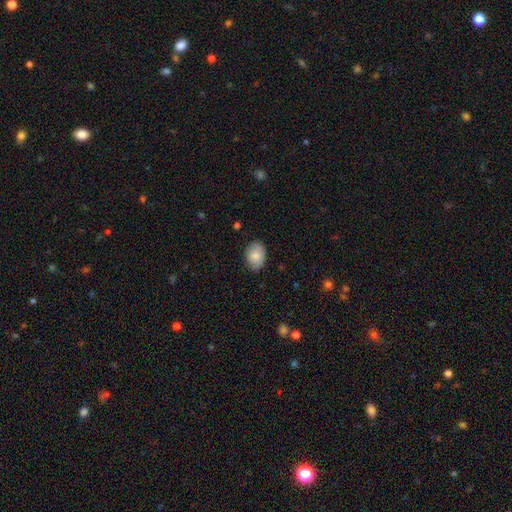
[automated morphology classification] Smooth or featured? Predicted: smooth (p=0.83). How rounded? Predicted: in between (p=0.79). Merging? Predicted: none (p=0.81).